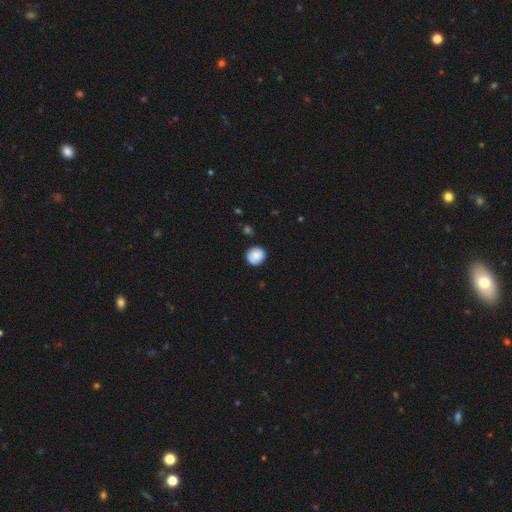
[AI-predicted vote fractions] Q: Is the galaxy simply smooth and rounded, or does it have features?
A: smooth — 83%.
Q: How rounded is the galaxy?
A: round — 90%.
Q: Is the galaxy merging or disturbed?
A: none — 83%.